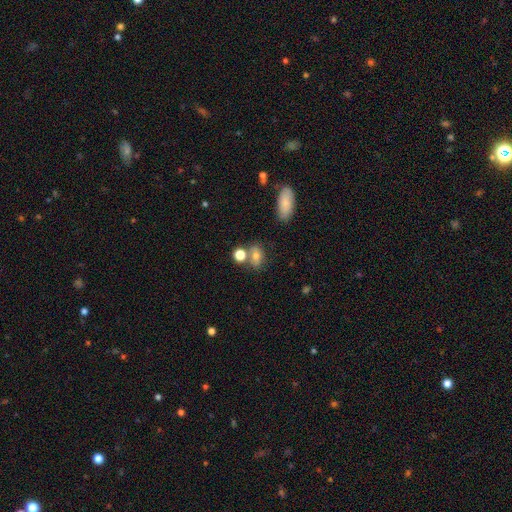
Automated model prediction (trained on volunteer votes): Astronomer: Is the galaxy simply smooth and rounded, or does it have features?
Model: smooth — 71%.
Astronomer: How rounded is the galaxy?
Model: in between — 54% (runner-up: round, 43%).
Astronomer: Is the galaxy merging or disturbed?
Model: none — 55%.